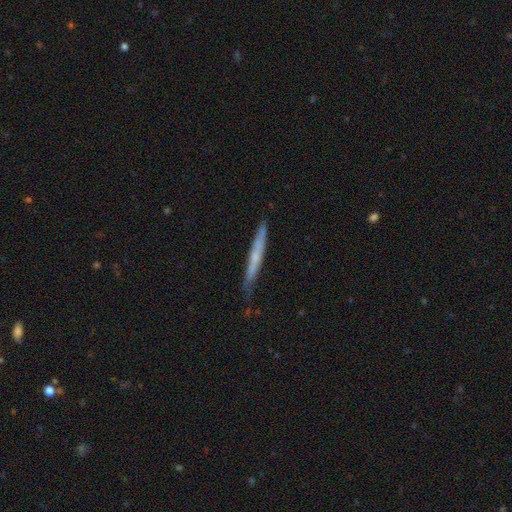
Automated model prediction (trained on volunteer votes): smooth 47% (tied), featured or disk 47% (tied), star or artifact 6%. Down the decision tree: merging — none (75%).